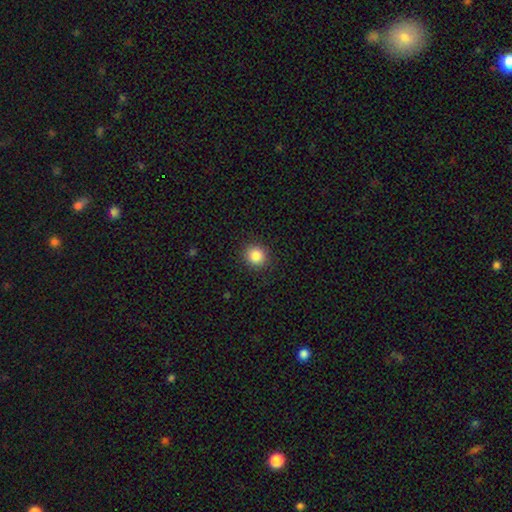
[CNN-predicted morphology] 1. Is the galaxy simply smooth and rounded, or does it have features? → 85% smooth, 10% star or artifact, 5% featured or disk.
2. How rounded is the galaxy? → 89% round, 11% in between, 1% cigar-shaped.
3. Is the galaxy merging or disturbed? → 91% none, 6% minor disturbance, 2% major disturbance, 1% merger.